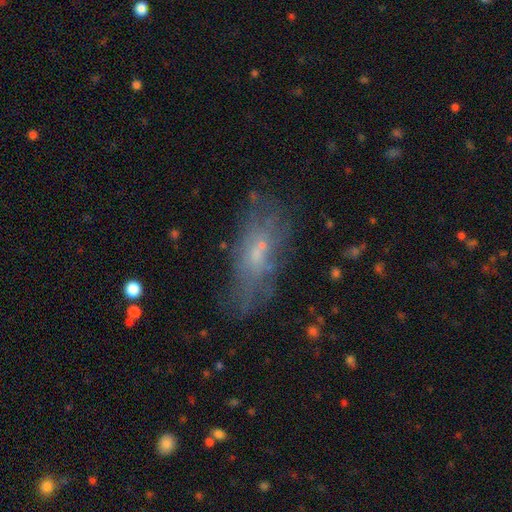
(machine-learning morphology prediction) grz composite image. It shows a smooth galaxy with no disk features (48%). Merging: none (56%).